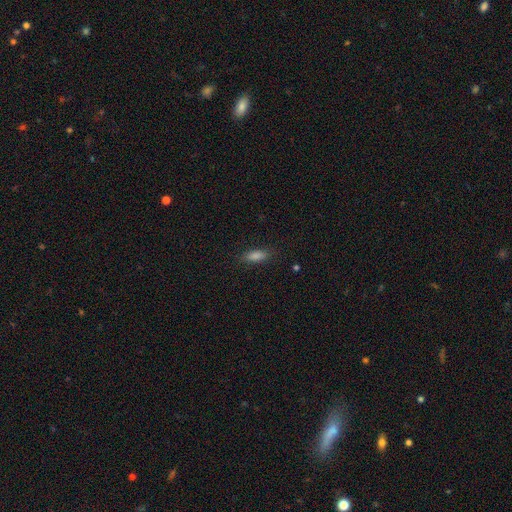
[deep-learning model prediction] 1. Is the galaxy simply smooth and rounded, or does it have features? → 80% smooth, 11% star or artifact, 9% featured or disk.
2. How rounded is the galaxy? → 63% in between, 34% cigar-shaped, 3% round.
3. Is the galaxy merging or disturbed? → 85% none, 11% minor disturbance, 3% major disturbance, 1% merger.